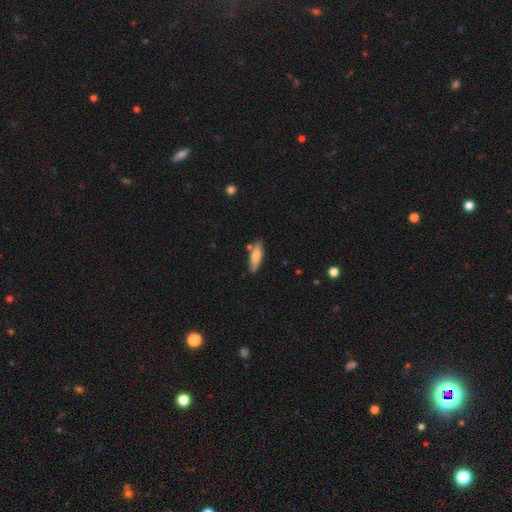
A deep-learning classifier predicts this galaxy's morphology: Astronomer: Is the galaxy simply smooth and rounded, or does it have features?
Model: smooth — 76%.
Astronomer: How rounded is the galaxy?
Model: in between — 52% (runner-up: cigar-shaped, 46%).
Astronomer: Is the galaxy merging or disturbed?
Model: none — 75%.